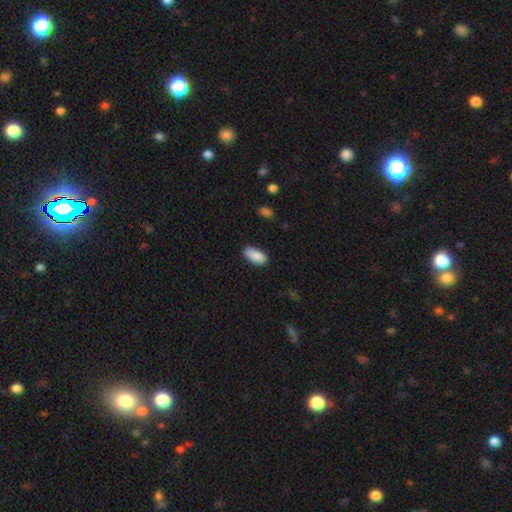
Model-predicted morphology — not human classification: smooth 89%, star or artifact 6%, featured or disk 4%. Down the decision tree: how rounded — in between (89%); merging — none (82%).